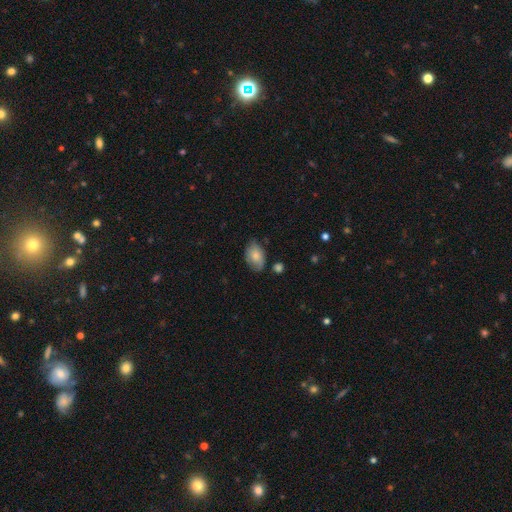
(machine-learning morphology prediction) Smooth or featured? smooth (77%)
How rounded? in between (89%)
Merging? none (66%)